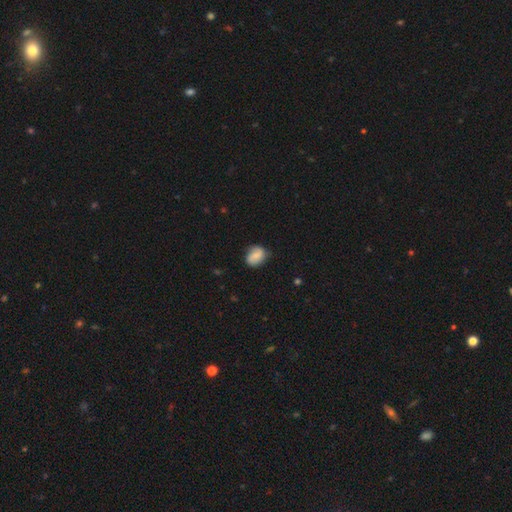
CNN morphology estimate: A smooth galaxy with no disk features (62%) that is in between round and cigar-shaped (55%).

Vote fractions:
- Smooth or featured? smooth: 62% / featured or disk: 30% / star or artifact: 8%
- How rounded? in between: 55% / round: 44% / cigar-shaped: 1%
- Merging? none: 69% / minor disturbance: 24% / major disturbance: 6% / merger: 2%